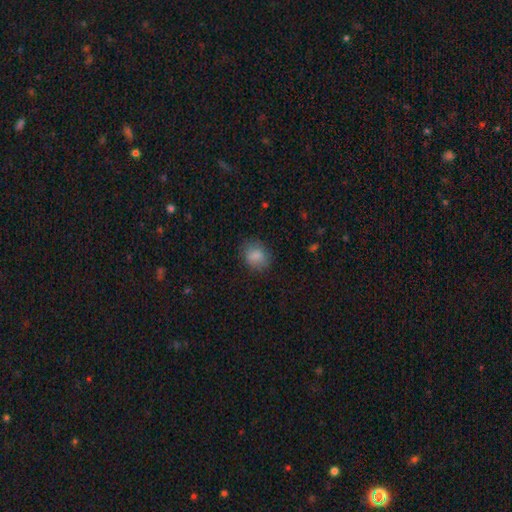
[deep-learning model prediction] Q: Smooth or featured?
A: smooth (84%); runner-up: star or artifact (8%)
Q: How rounded?
A: round (59%); runner-up: in between (40%)
Q: Merging?
A: none (78%); runner-up: minor disturbance (16%)